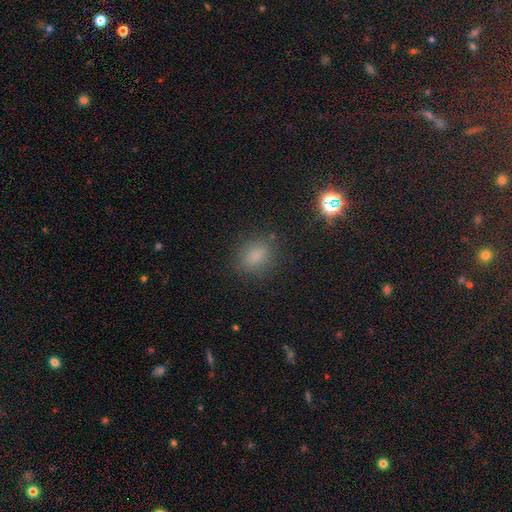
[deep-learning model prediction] smooth-or-featured: smooth: 79% | star or artifact: 15% | featured or disk: 6%
  how-rounded: in between: 56% | round: 42% | cigar-shaped: 2%
  merging: none: 83% | minor disturbance: 12% | major disturbance: 4% | merger: 2%